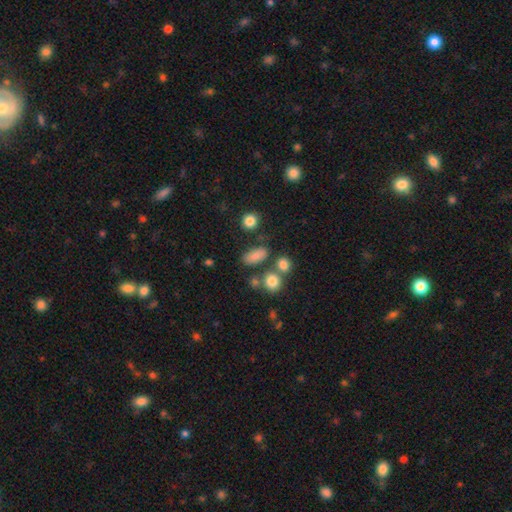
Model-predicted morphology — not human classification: A smooth galaxy with no disk features (82%) that is in between round and cigar-shaped (82%). Merging: none (70%).